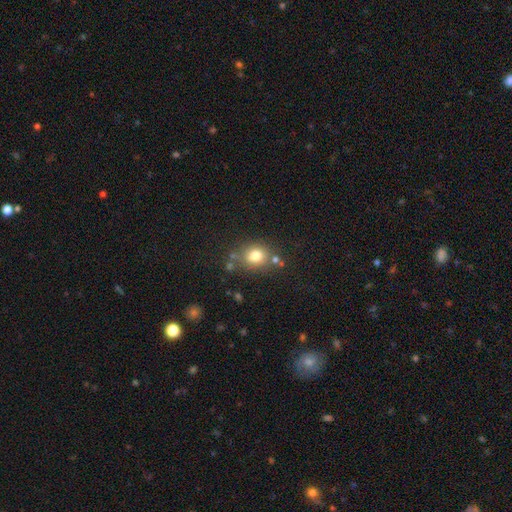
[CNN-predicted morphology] Overall: smooth (77%). How rounded: round (69%; in between 30%). Merging: none (69%).